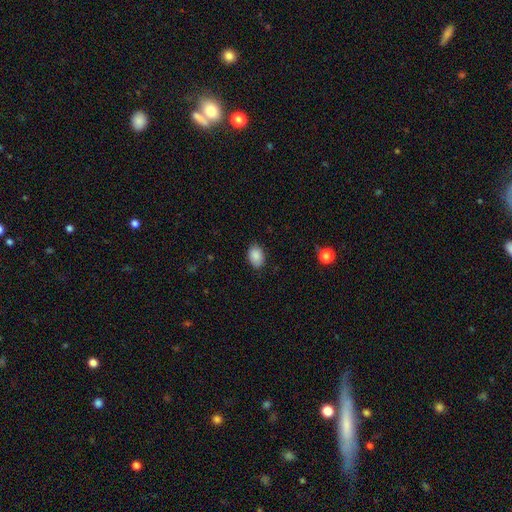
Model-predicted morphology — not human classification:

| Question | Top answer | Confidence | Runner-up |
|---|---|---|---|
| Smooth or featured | smooth | 88% | star or artifact (8%) |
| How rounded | in between | 83% | round (16%) |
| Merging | none | 85% | minor disturbance (12%) |